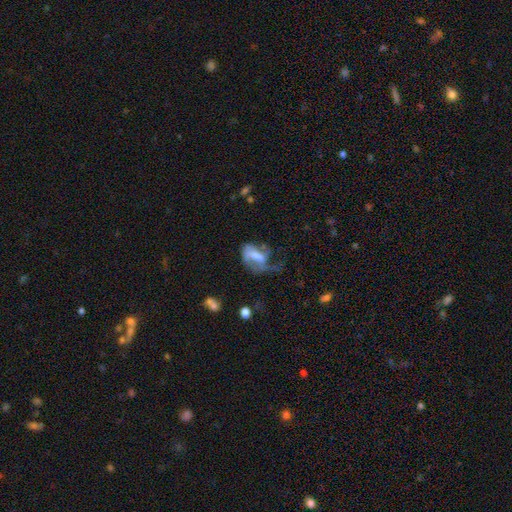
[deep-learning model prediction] This appears to be a featured or disk galaxy (50%). Merging: major disturbance (51%).